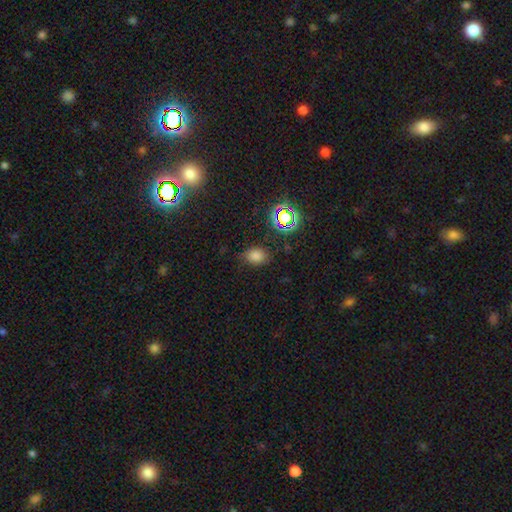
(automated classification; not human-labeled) Smooth or featured? Predicted: smooth (p=0.73). How rounded? Predicted: in between (p=0.65). Merging? Predicted: none (p=0.76).